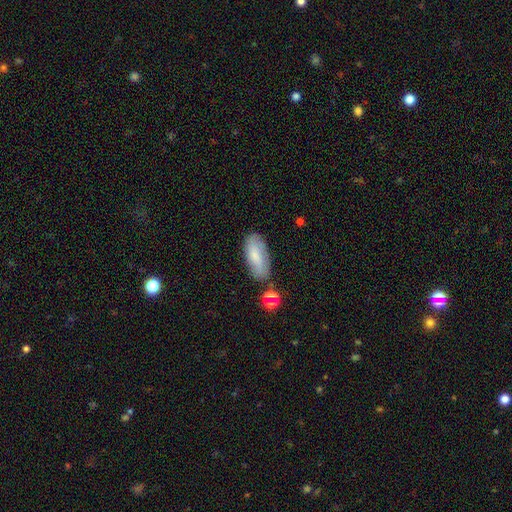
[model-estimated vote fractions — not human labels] Smooth or featured?
  - smooth: 71% *
  - featured or disk: 21%
  - star or artifact: 7%
How rounded?
  - in between: 79% *
  - cigar-shaped: 19%
  - round: 2%
Merging?
  - none: 70% *
  - minor disturbance: 20%
  - merger: 6%
  - major disturbance: 5%